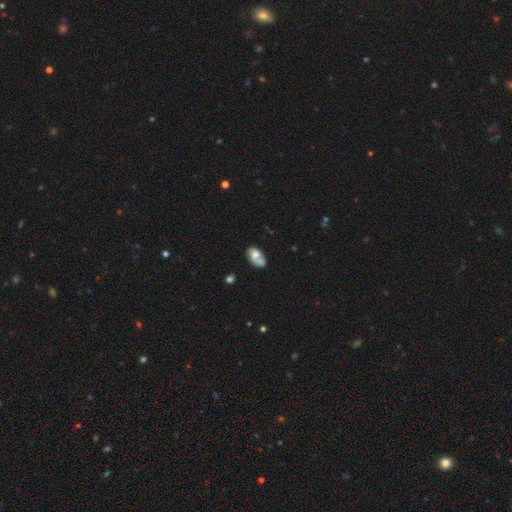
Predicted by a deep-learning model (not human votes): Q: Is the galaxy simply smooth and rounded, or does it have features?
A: smooth — 52%.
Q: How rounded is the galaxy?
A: in between — 86%.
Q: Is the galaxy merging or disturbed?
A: merger — 38%.